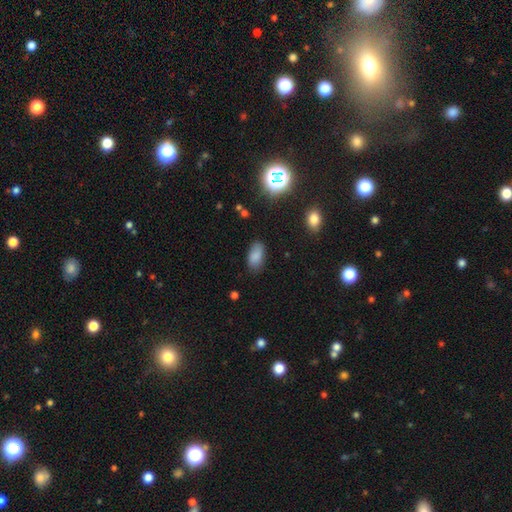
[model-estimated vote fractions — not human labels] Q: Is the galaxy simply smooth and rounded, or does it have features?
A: smooth — 84%.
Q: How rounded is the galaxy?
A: in between — 93%.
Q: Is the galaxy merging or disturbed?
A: none — 79%.